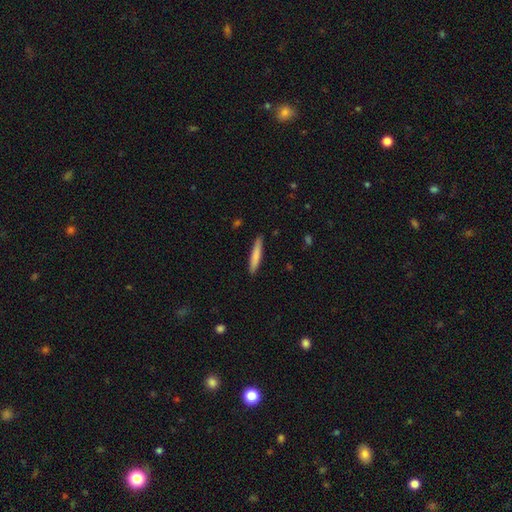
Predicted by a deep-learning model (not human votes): Q: Smooth or featured?
A: smooth (78%); runner-up: featured or disk (17%)
Q: How rounded?
A: cigar-shaped (93%); runner-up: in between (6%)
Q: Merging?
A: none (89%); runner-up: minor disturbance (8%)